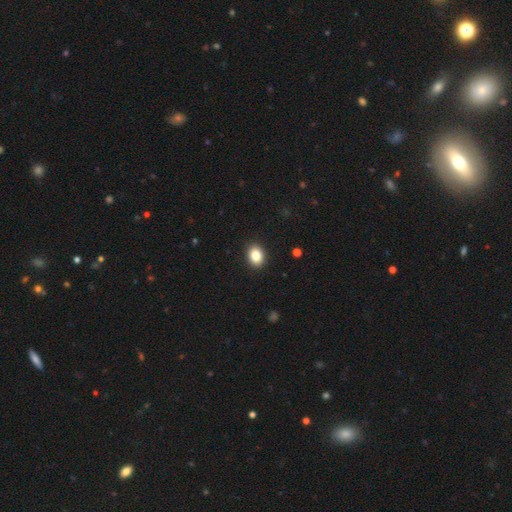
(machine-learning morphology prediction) smooth_or_featured: smooth (p=0.85) [alt: star or artifact p=0.09]
how_rounded: in between (p=0.64) [alt: round p=0.35]
merging: none (p=0.91) [alt: minor disturbance p=0.06]